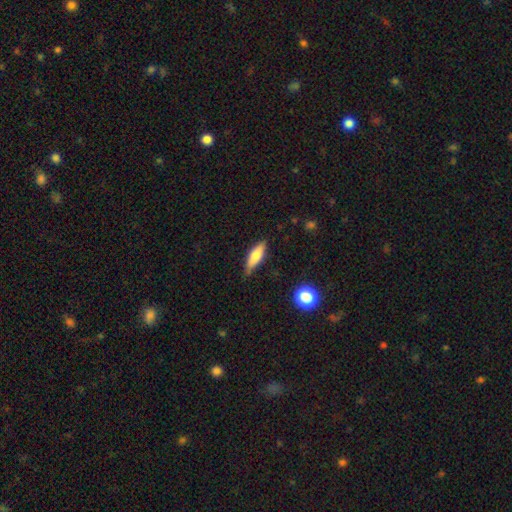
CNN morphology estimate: Q: Smooth or featured?
A: smooth (70%); runner-up: featured or disk (23%)
Q: How rounded?
A: cigar-shaped (49%); runner-up: in between (48%)
Q: Merging?
A: none (73%); runner-up: minor disturbance (21%)